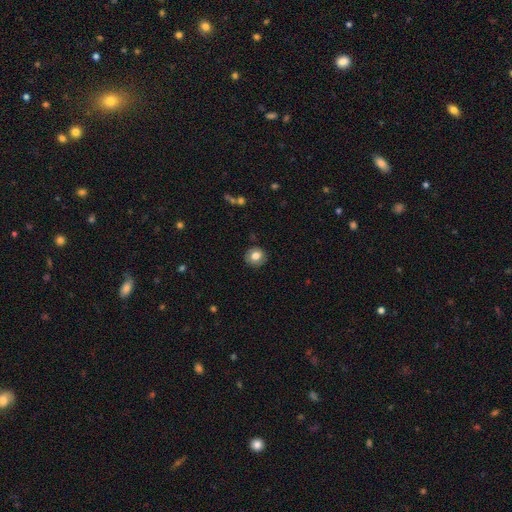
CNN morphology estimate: smooth 78%, featured or disk 12%, star or artifact 9%. Down the decision tree: how rounded — round (88%); merging — none (87%).